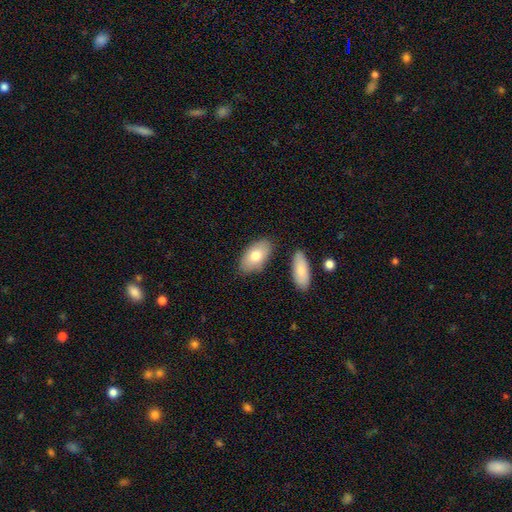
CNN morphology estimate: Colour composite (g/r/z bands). It shows a smooth galaxy with no disk features (76%) that is in between round and cigar-shaped (93%). Merging: none (79%).